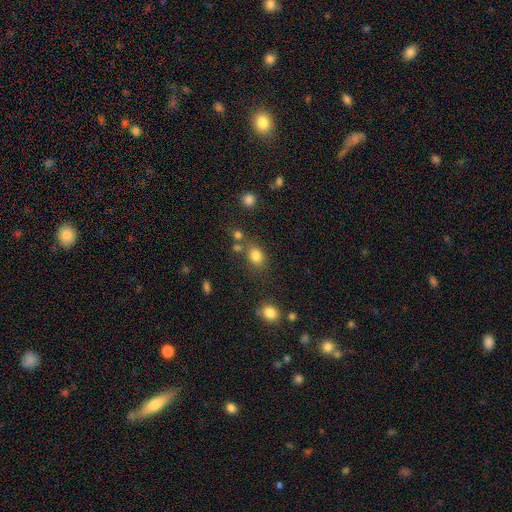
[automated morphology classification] type=smooth (81%); roundness=in between (57%); merging=none (66%).